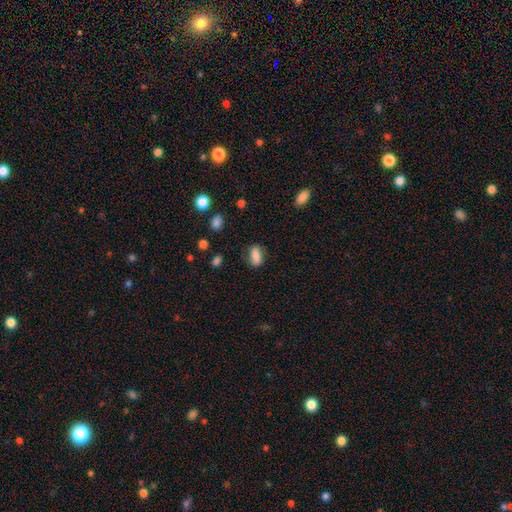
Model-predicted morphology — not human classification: This appears to be a smooth galaxy with no disk features (82%) that is in between round and cigar-shaped (84%). Merging: none (77%).